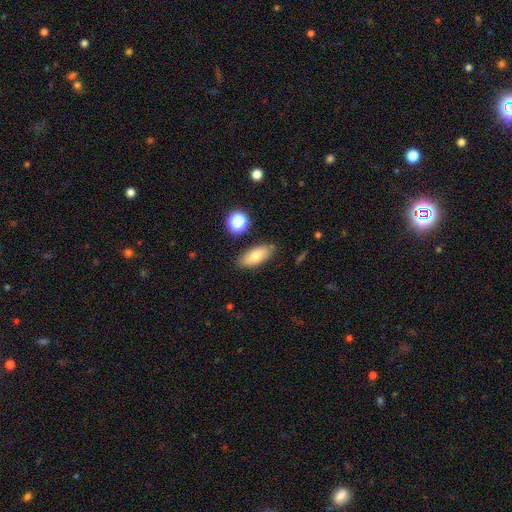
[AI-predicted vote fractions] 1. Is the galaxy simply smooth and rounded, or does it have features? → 76% smooth, 16% featured or disk, 9% star or artifact.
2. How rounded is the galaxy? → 81% in between, 14% cigar-shaped, 4% round.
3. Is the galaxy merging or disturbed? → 82% none, 12% minor disturbance, 3% merger, 3% major disturbance.